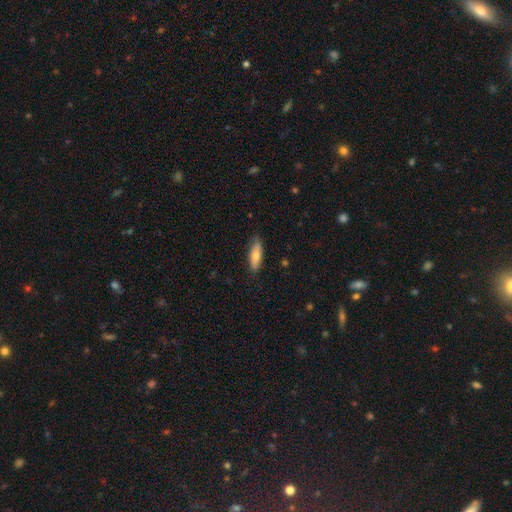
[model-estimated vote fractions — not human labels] smooth 75%, featured or disk 19%, star or artifact 6%. Down the decision tree: how rounded — in between (54%); merging — none (81%).